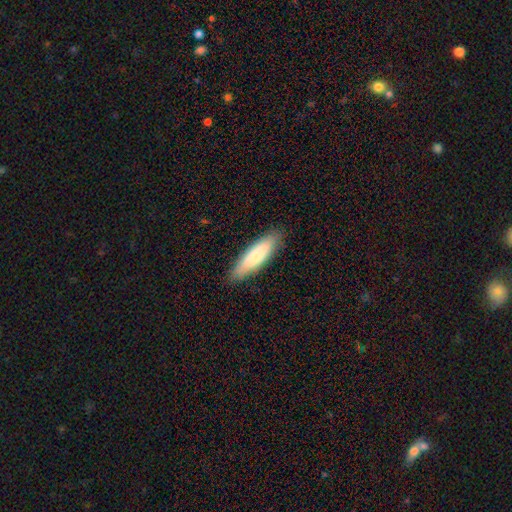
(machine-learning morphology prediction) type=smooth (78%); roundness=cigar-shaped (62%); merging=none (87%).